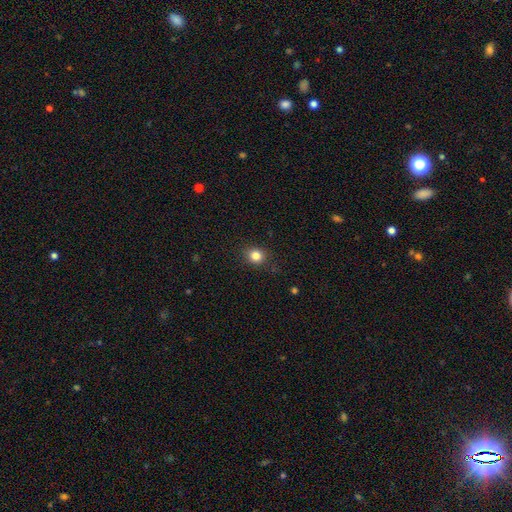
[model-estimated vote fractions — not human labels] smooth_or_featured: smooth (p=0.83) [alt: star or artifact p=0.12]
how_rounded: round (p=0.80) [alt: in between p=0.19]
merging: none (p=0.87) [alt: minor disturbance p=0.09]